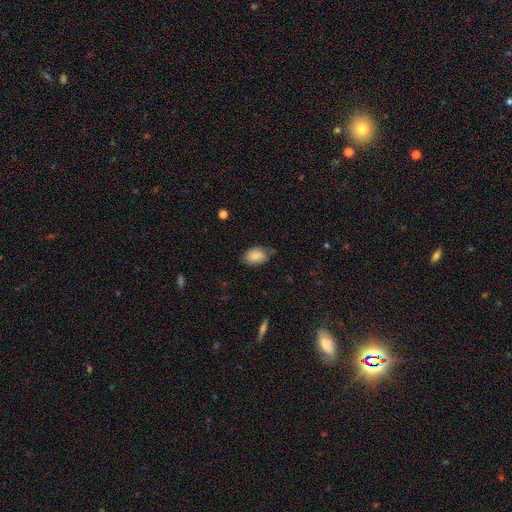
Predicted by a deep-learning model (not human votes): This is clearly a smooth galaxy (81%). How rounded: clearly in between (86%). Merging: likely none (61%).